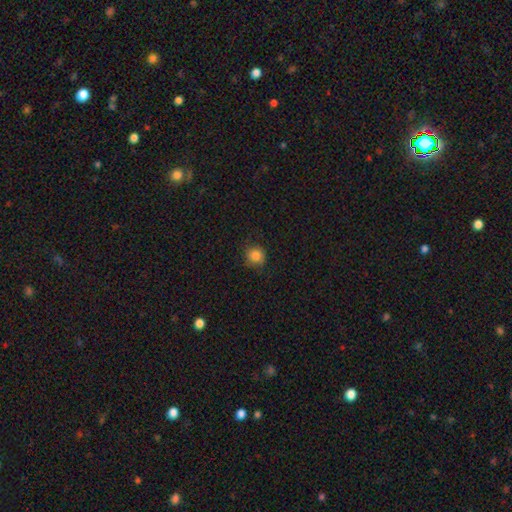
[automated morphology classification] This appears to be a smooth galaxy with no disk features (83%) that is round (89%). Merging: none (79%).